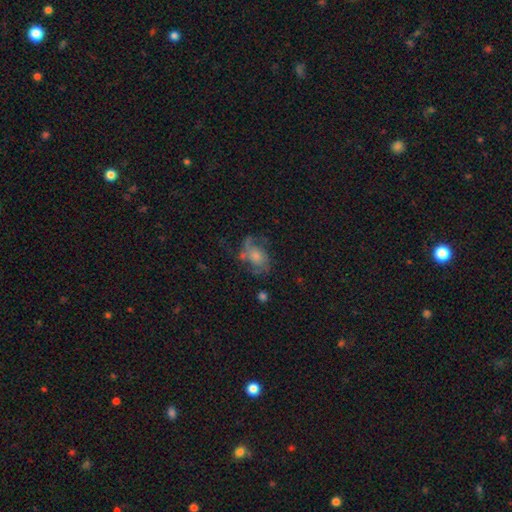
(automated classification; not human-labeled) A featured or disk galaxy (58%) with no bar (75%), spiral arms (78%) and a moderate central bulge (44%).

Vote fractions:
- Smooth or featured? featured or disk: 58% / smooth: 27% / star or artifact: 15%
- Edge-on disk? no: 96% / yes: 4%
- Bar? no: 75% / weak: 21% / strong: 4%
- Spiral arms? yes: 78% / no: 22%
- Bulge size? moderate: 44% / small: 32% / large: 12% / none: 8% / dominant: 2%
- Merging? none: 53% / minor disturbance: 22% / major disturbance: 21% / merger: 4%